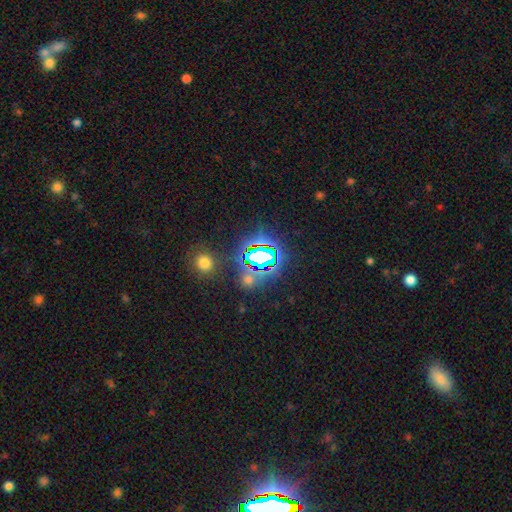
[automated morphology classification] Smooth or featured? star or artifact (74%)